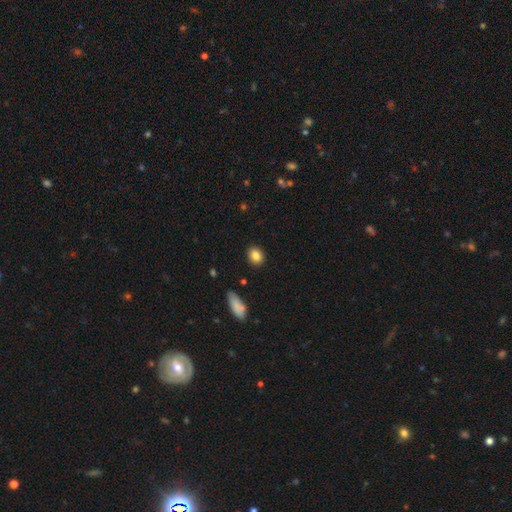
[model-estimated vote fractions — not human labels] This appears to be a smooth galaxy with no disk features (85%) that is round (61%). Merging: none (89%).